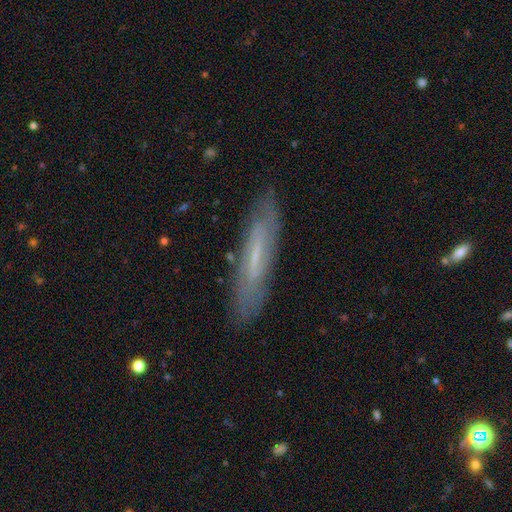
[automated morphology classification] Q: Smooth or featured?
A: featured or disk (55%); runner-up: smooth (38%)
Q: Edge-on disk?
A: yes (58%); runner-up: no (42%)
Q: Merging?
A: none (84%); runner-up: minor disturbance (12%)